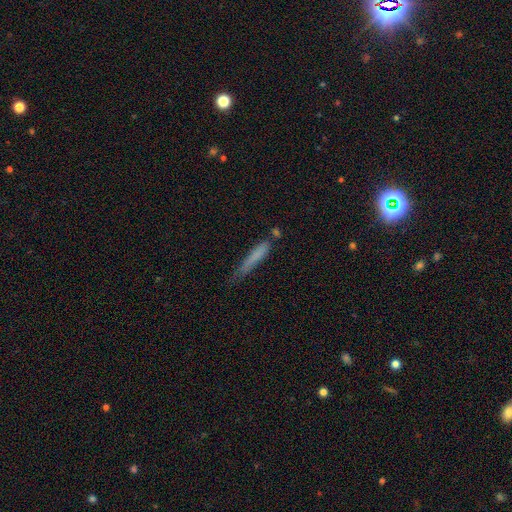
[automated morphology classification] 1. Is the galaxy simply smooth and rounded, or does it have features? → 71% smooth, 20% featured or disk, 9% star or artifact.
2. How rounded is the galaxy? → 91% cigar-shaped, 7% in between, 2% round.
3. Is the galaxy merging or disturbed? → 48% none, 30% minor disturbance, 14% major disturbance, 8% merger.